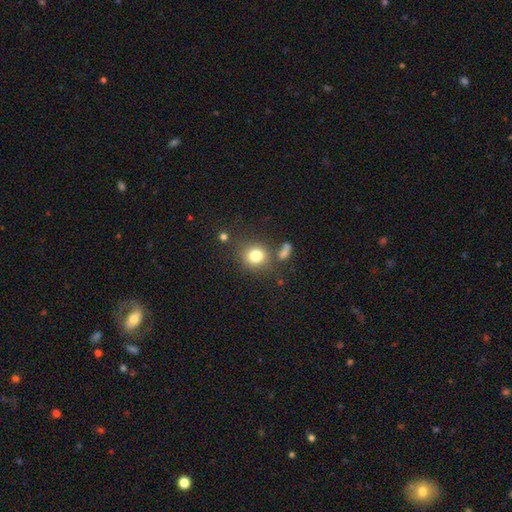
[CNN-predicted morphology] Q: Smooth or featured?
A: smooth (80%); runner-up: star or artifact (12%)
Q: How rounded?
A: round (84%); runner-up: in between (15%)
Q: Merging?
A: none (73%); runner-up: minor disturbance (12%)